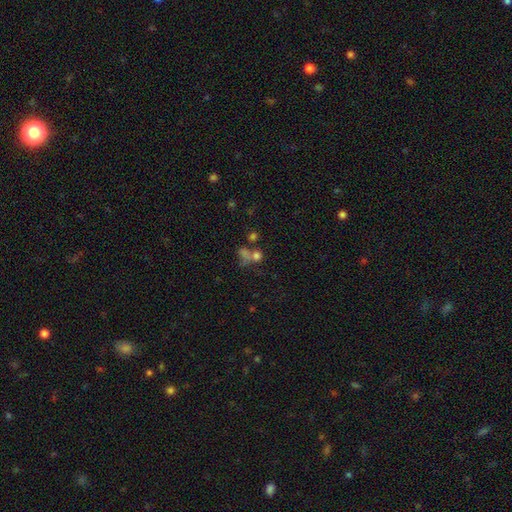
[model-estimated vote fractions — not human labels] Q: Smooth or featured?
A: smooth (42%); runner-up: star or artifact (37%)
Q: Merging?
A: none (44%); runner-up: merger (36%)